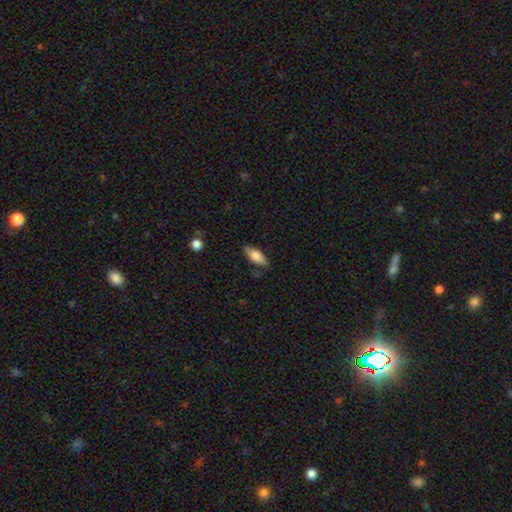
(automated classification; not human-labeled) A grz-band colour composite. It shows a smooth galaxy with no disk features (74%) that is in between round and cigar-shaped (73%). Merging: none (80%).